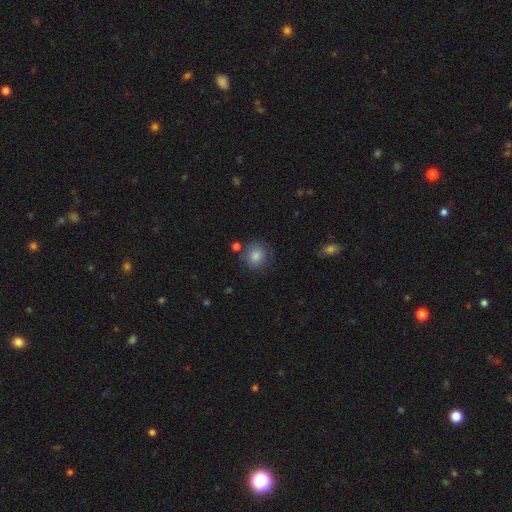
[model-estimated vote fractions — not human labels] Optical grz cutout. It shows a smooth galaxy with no disk features (83%) that is round (86%). Merging: none (73%).